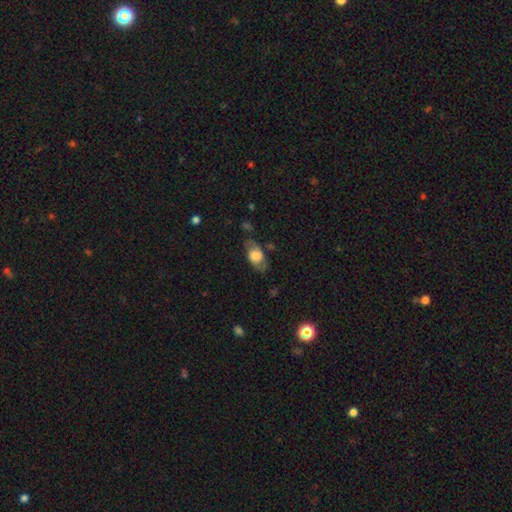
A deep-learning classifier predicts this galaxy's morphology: smooth 59%, featured or disk 33%, star or artifact 8%. Down the decision tree: how rounded — in between (85%); merging — none (65%).